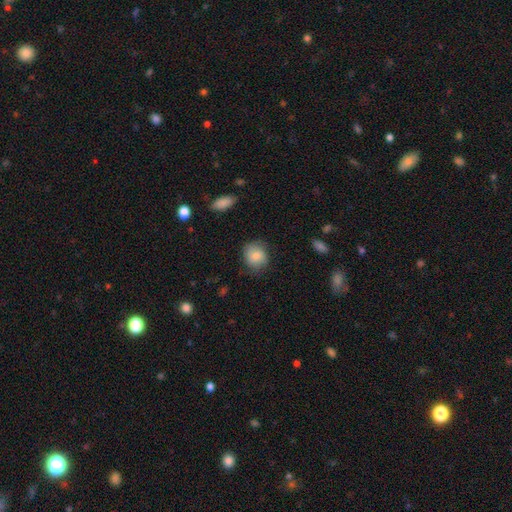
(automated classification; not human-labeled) smooth_or_featured: smooth (p=0.79) [alt: featured or disk p=0.13]
how_rounded: round (p=0.74) [alt: in between p=0.25]
merging: none (p=0.73) [alt: minor disturbance p=0.20]